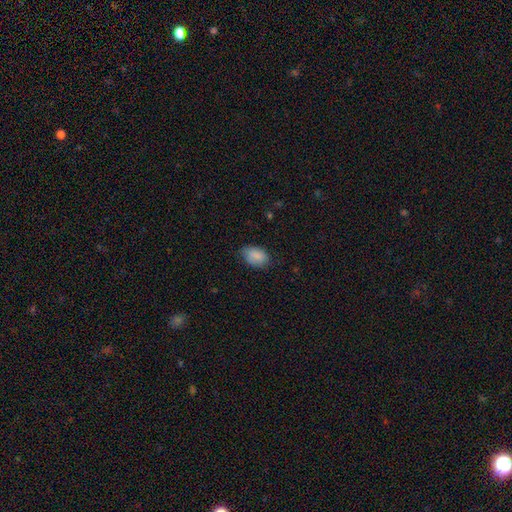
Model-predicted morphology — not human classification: This is clearly a smooth galaxy (85%). How rounded: clearly in between (87%). Merging: likely none (71%).